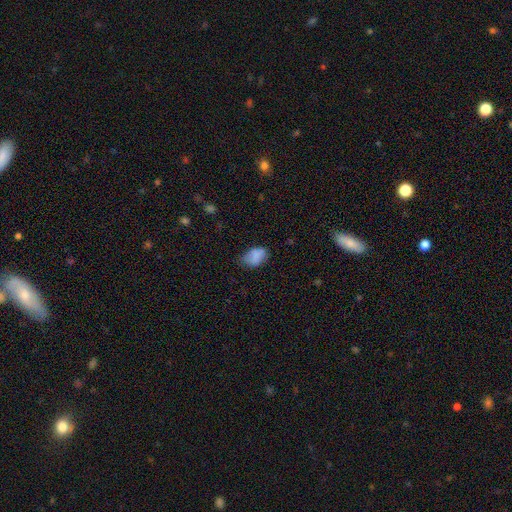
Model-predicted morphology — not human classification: Smooth or featured: smooth — 83% (star or artifact — 9%)
How rounded: in between — 85% (round — 14%)
Merging: none — 57% (minor disturbance — 33%)